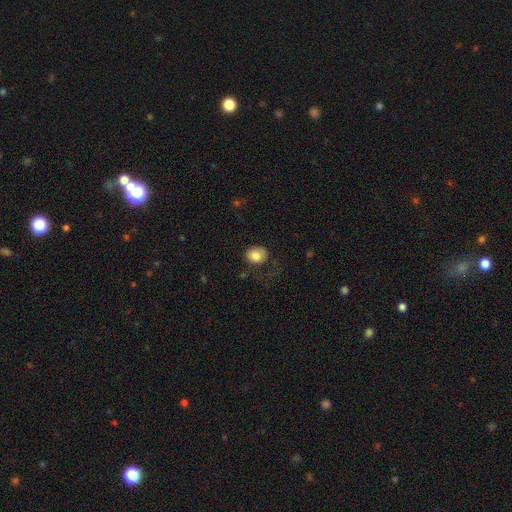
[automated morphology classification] Smooth or featured?
  - smooth: 83% *
  - featured or disk: 9%
  - star or artifact: 8%
How rounded?
  - round: 53% *
  - in between: 46%
  - cigar-shaped: 1%
Merging?
  - none: 57% *
  - minor disturbance: 22%
  - major disturbance: 19%
  - merger: 2%